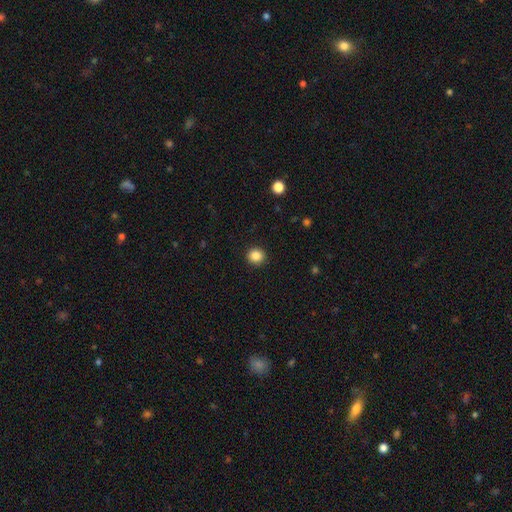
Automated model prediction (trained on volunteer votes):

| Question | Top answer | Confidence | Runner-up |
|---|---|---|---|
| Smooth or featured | smooth | 86% | star or artifact (10%) |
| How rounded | round | 90% | in between (9%) |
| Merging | none | 92% | minor disturbance (5%) |